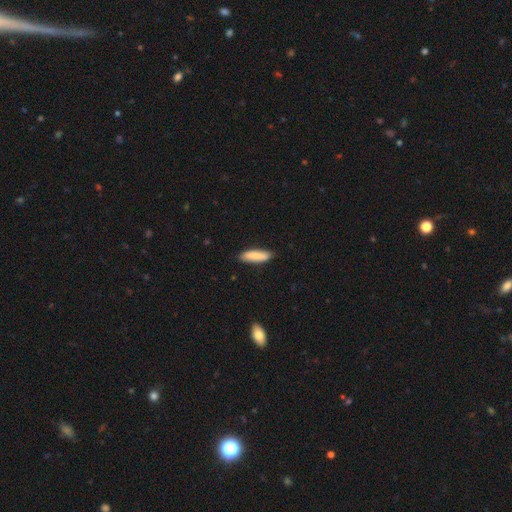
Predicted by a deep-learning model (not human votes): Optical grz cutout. It shows a smooth galaxy with no disk features (86%) that is cigar-shaped (62%). Merging: none (86%).